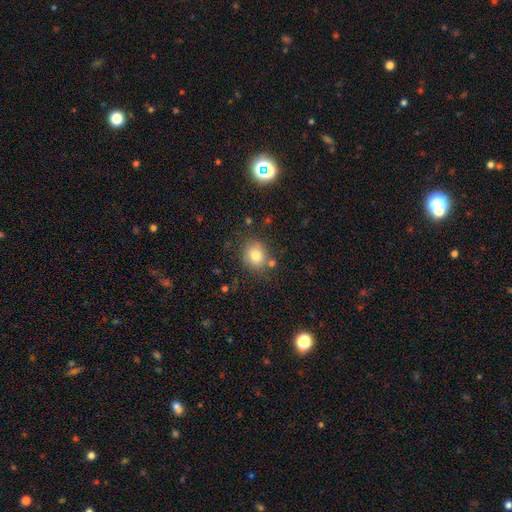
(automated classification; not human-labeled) The model was most divided on "how rounded": round: 68%, in between: 31%, cigar-shaped: 1%. More confident: smooth or featured — smooth (80%); merging — none (75%).